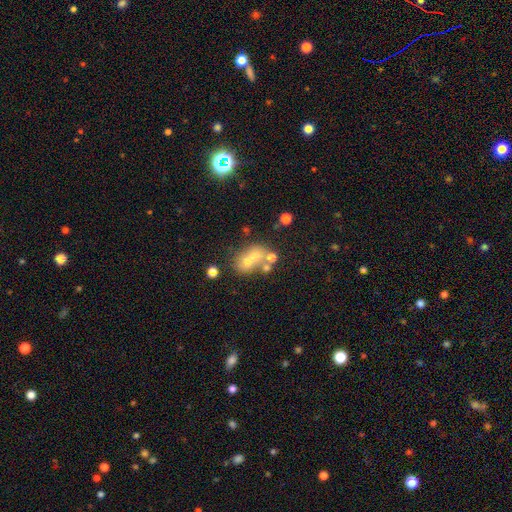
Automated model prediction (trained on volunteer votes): smooth 54%, featured or disk 29%, star or artifact 18%. Down the decision tree: how rounded — round (56%); merging — merger (50%).